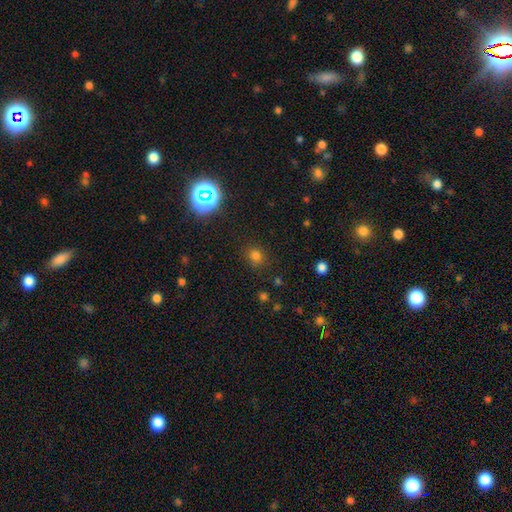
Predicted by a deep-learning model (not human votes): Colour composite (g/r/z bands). It shows a smooth galaxy with no disk features (73%) that is round (78%). Merging: none (83%).